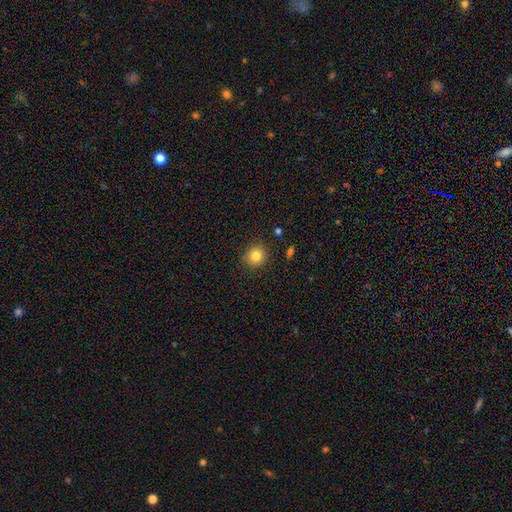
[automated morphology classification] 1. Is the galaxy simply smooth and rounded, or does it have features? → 83% smooth, 11% star or artifact, 7% featured or disk.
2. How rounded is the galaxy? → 89% round, 10% in between, 1% cigar-shaped.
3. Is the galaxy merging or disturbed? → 89% none, 8% minor disturbance, 2% major disturbance, 2% merger.